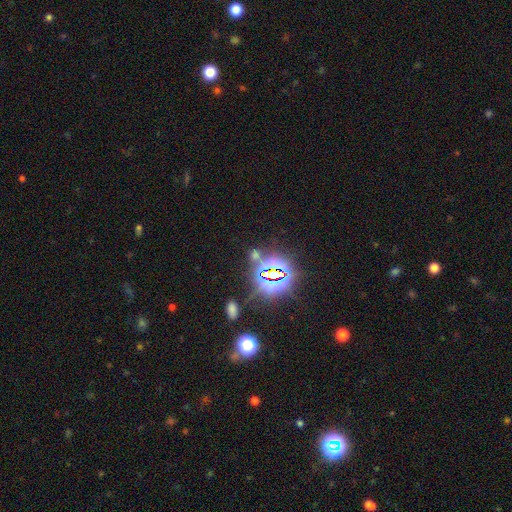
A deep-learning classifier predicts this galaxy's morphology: smooth_or_featured: star or artifact (p=0.67) [alt: smooth p=0.26]